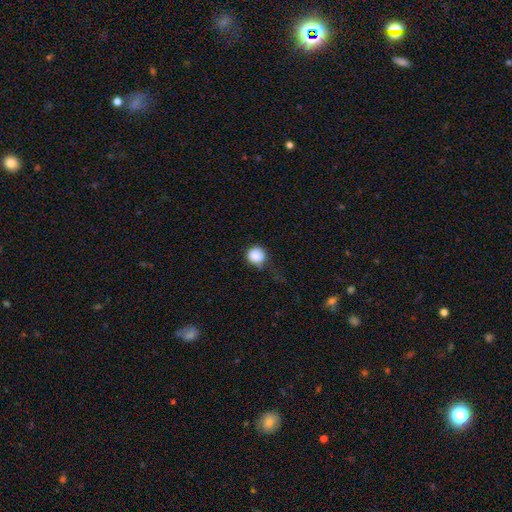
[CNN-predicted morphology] Overall: smooth (86%). How rounded: round (89%). Merging: none (52%; minor disturbance 30%).